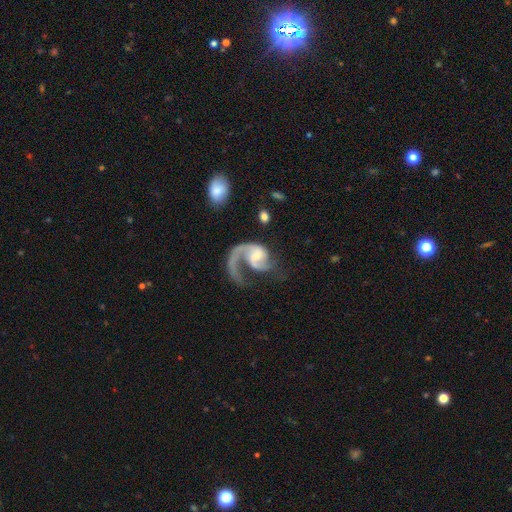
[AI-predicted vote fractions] This is clearly a featured or disk galaxy (87%). It is clearly not viewed edge-on (98%). Bar: possibly no (45%). Spiral arm pattern: clearly yes (95%). Spiral arm count: possibly 1 (59%). Spiral winding: possibly loose (53%). Central bulge: possibly small (51%). Merging: possibly major disturbance (47%).